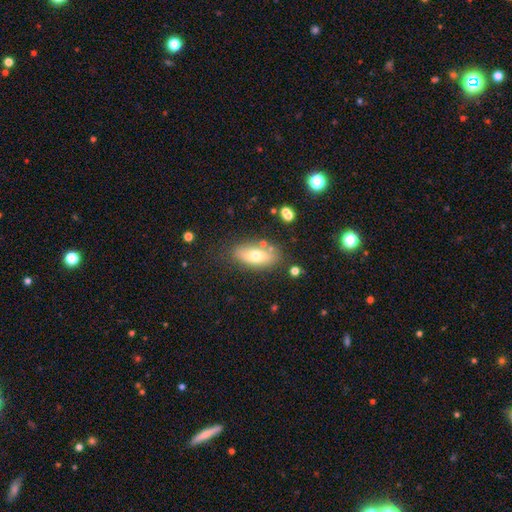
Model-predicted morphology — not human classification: Smooth or featured: smooth — 66% (featured or disk — 26%)
How rounded: in between — 83% (cigar-shaped — 13%)
Merging: none — 74% (minor disturbance — 15%)